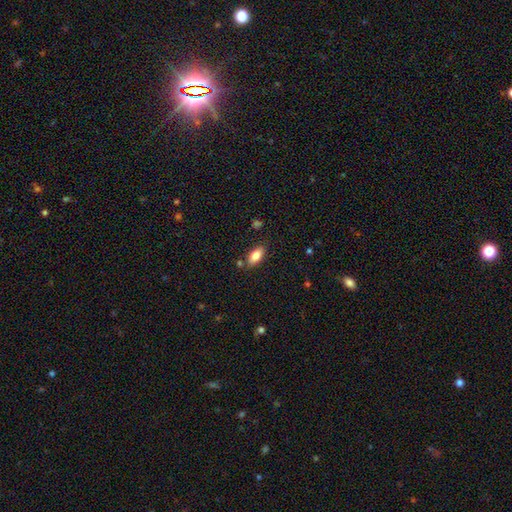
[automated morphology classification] Q: Smooth or featured?
A: smooth (81%); runner-up: featured or disk (12%)
Q: How rounded?
A: in between (87%); runner-up: cigar-shaped (10%)
Q: Merging?
A: none (81%); runner-up: minor disturbance (12%)